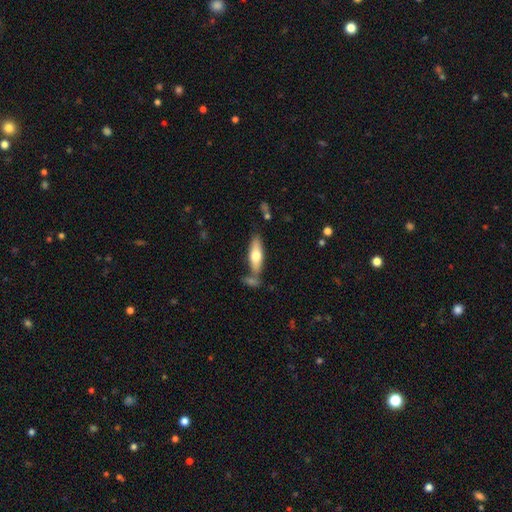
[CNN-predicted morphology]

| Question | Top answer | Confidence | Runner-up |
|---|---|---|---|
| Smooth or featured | smooth | 60% | featured or disk (34%) |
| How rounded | cigar-shaped | 52% | in between (46%) |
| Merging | none | 67% | merger (15%) |